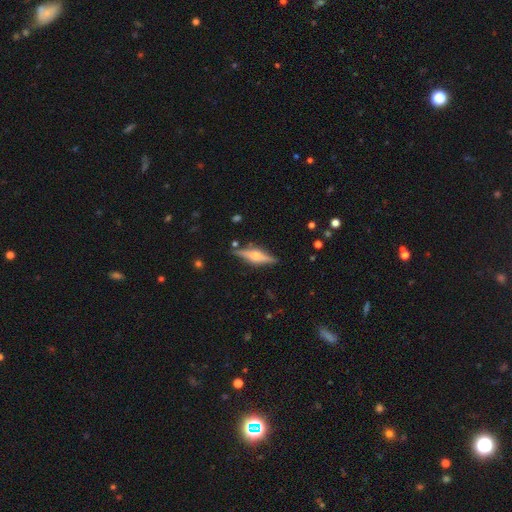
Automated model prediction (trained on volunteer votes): This appears to be a featured or disk galaxy (71%) viewed edge-on (96%) with a rounded central bulge (89%). Merging: none (85%).